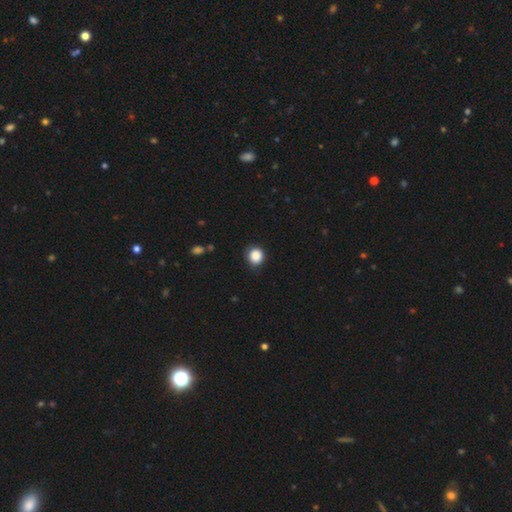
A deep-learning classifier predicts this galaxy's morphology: Q: Smooth or featured?
A: smooth (88%); runner-up: star or artifact (10%)
Q: How rounded?
A: round (88%); runner-up: in between (11%)
Q: Merging?
A: none (86%); runner-up: minor disturbance (11%)